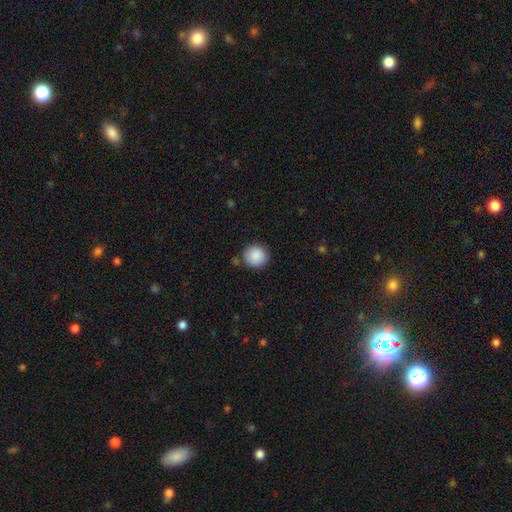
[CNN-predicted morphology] smooth-or-featured: smooth: 89% | star or artifact: 7% | featured or disk: 3%
  how-rounded: round: 90% | in between: 9% | cigar-shaped: 1%
  merging: none: 84% | minor disturbance: 10% | merger: 4% | major disturbance: 3%